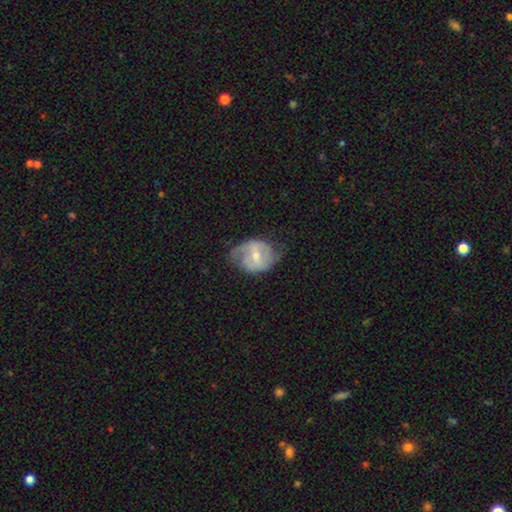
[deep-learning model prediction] Smooth or featured: featured or disk — 71% (smooth — 23%)
Edge-on disk: no — 97% (yes — 3%)
Bar: weak — 50% (strong — 27%)
Spiral arms: yes — 82% (no — 18%)
Spiral winding: medium — 44% (loose — 29%)
Spiral arm count: 2 — 78% (can't tell — 13%)
Bulge size: moderate — 53% (small — 42%)
Merging: none — 59% (minor disturbance — 26%)